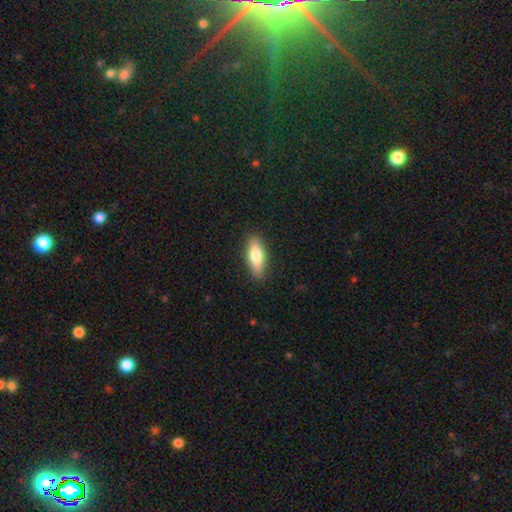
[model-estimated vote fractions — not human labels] Overall: smooth (69%). How rounded: in between (59%; cigar-shaped 38%). Merging: none (88%).